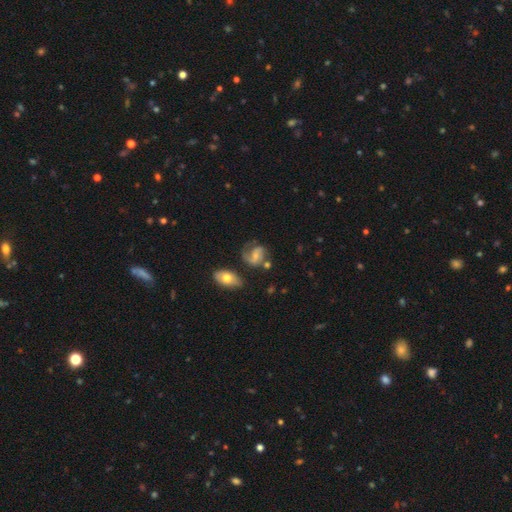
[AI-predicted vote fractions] featured or disk 69%, smooth 23%, star or artifact 8%. Down the decision tree: edge-on disk — no (97%); bar — weak (43%); spiral arms — yes (90%); spiral arm count — 2 (71%); spiral winding — medium (48%); bulge size — small (54%); merging — none (53%).